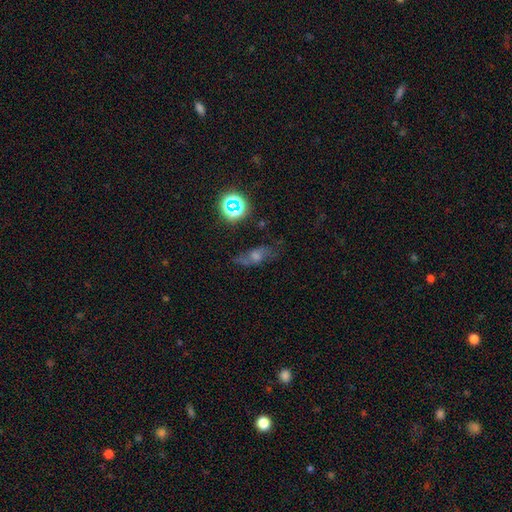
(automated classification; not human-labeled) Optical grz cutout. It shows a featured or disk galaxy (40%). Merging: none (58%).